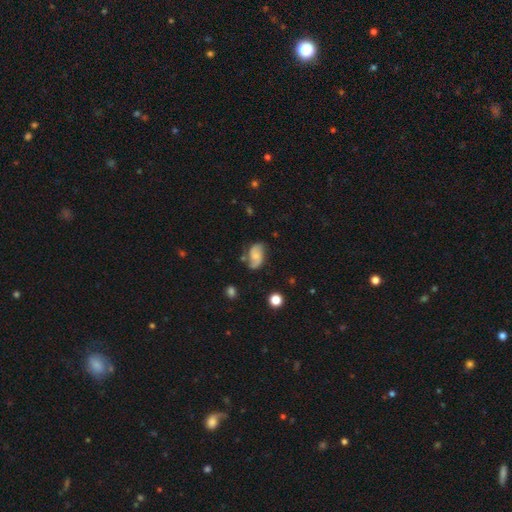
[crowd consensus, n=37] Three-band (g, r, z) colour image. It shows a featured or disk galaxy (78%) with no bar (62%), 2 (85%) loose (44%) spiral arms (93%) and a moderate central bulge (41%, tied with small). Merging: none (72%).